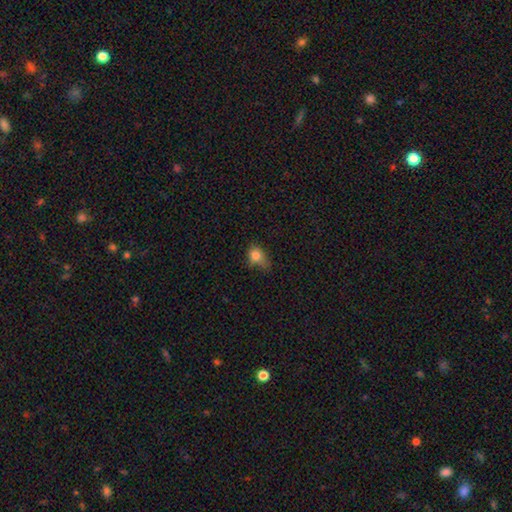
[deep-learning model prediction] A smooth galaxy with no disk features (80%) that is in between round and cigar-shaped (58%). Merging: none (42%).